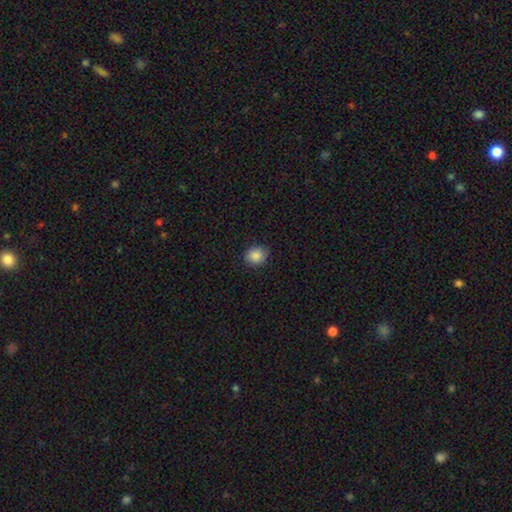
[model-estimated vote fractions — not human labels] Smooth or featured? smooth (87%)
How rounded? round (78%)
Merging? none (86%)